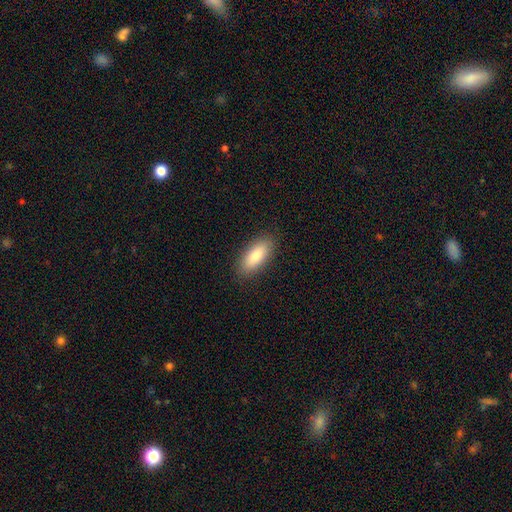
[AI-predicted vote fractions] smooth_or_featured: smooth (p=0.84) [alt: featured or disk p=0.10]
how_rounded: in between (p=0.80) [alt: cigar-shaped p=0.18]
merging: none (p=0.88) [alt: minor disturbance p=0.09]